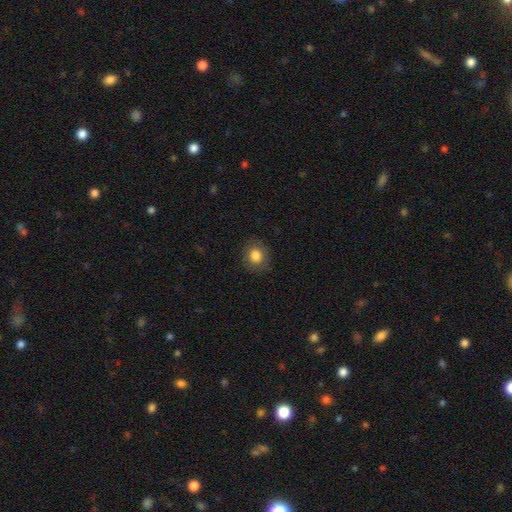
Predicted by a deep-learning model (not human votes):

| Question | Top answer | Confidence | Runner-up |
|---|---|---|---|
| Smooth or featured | smooth | 83% | star or artifact (9%) |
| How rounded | round | 73% | in between (26%) |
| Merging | none | 85% | minor disturbance (10%) |